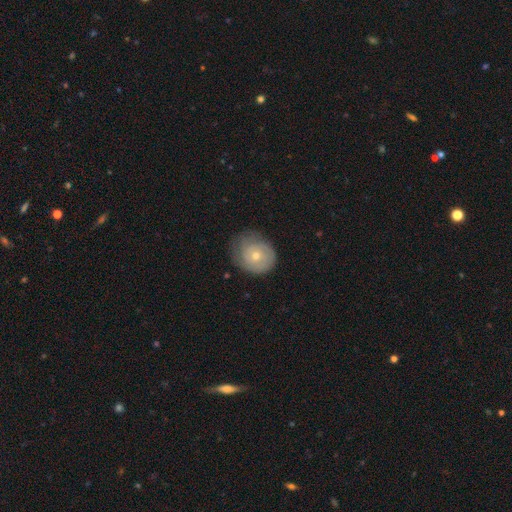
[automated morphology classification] Smooth or featured?
  - smooth: 48% *
  - featured or disk: 45%
  - star or artifact: 7%
Merging?
  - none: 59% *
  - minor disturbance: 29%
  - major disturbance: 10%
  - merger: 1%